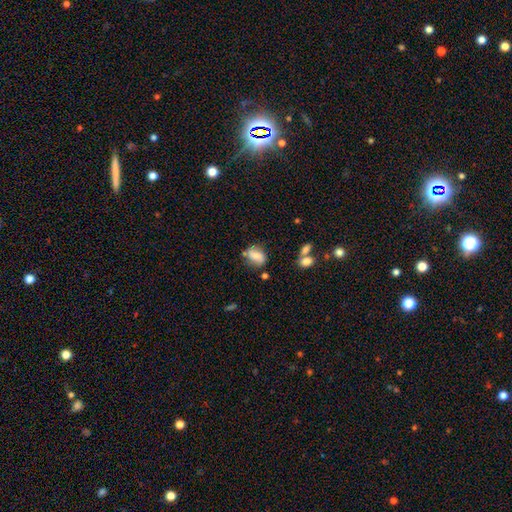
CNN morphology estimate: Smooth or featured? Predicted: smooth (p=0.56). How rounded? Predicted: in between (p=0.64). Merging? Predicted: none (p=0.62).